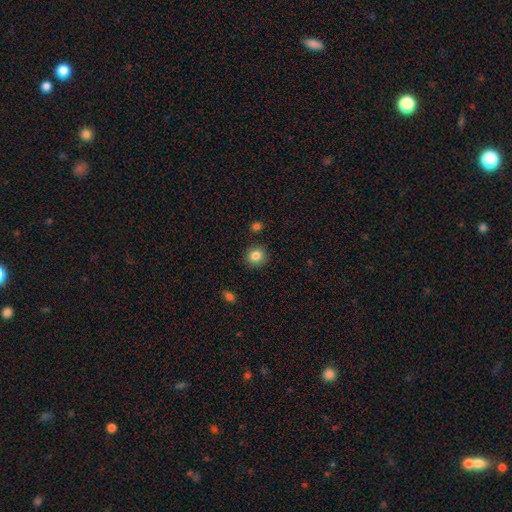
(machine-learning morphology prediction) Q: Smooth or featured?
A: smooth (84%); runner-up: star or artifact (10%)
Q: How rounded?
A: round (86%); runner-up: in between (13%)
Q: Merging?
A: none (89%); runner-up: minor disturbance (7%)